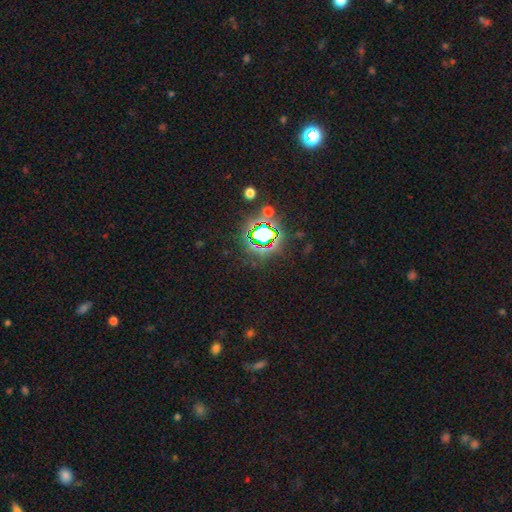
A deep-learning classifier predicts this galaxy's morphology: A star or artifact, not a galaxy (81%).

Vote fractions:
- Smooth or featured? star or artifact: 81% / smooth: 11% / featured or disk: 8%